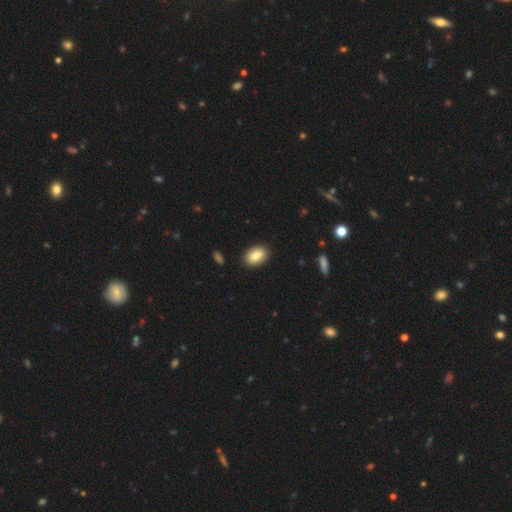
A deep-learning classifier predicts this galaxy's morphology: smooth 81%, featured or disk 11%, star or artifact 7%. Down the decision tree: how rounded — in between (84%); merging — none (89%).